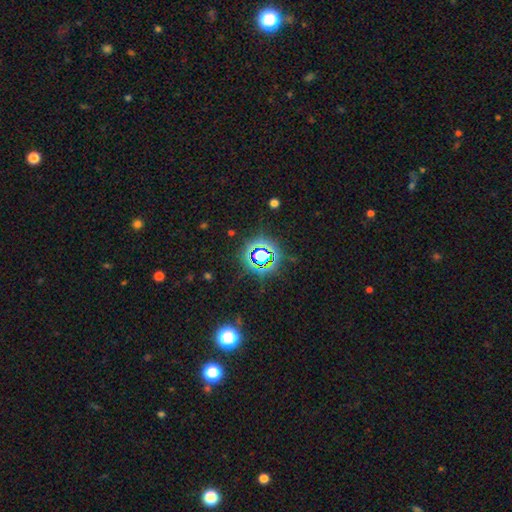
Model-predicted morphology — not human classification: Smooth or featured? Predicted: star or artifact (p=0.76).